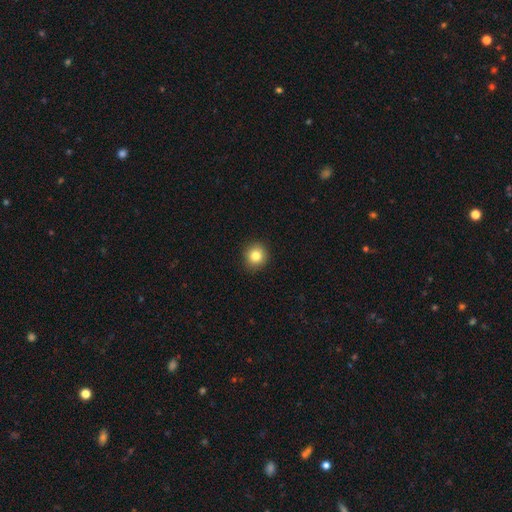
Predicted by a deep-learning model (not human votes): Smooth or featured?
  - smooth: 84% *
  - star or artifact: 10%
  - featured or disk: 6%
How rounded?
  - round: 90% *
  - in between: 9%
  - cigar-shaped: 1%
Merging?
  - none: 91% *
  - minor disturbance: 6%
  - major disturbance: 2%
  - merger: 1%